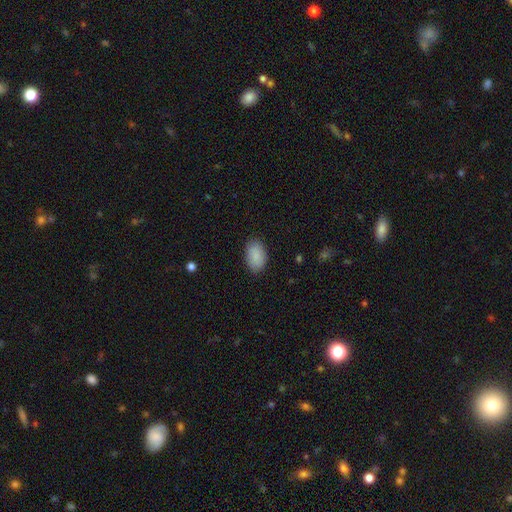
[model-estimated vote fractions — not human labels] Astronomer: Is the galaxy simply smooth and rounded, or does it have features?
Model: smooth — 89%.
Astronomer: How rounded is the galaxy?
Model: in between — 92%.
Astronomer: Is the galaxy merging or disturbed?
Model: none — 86%.